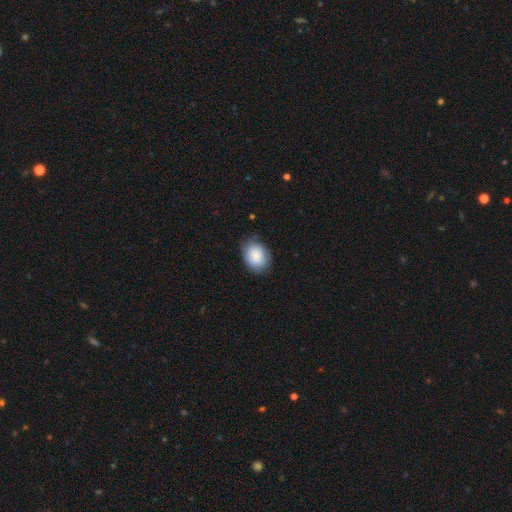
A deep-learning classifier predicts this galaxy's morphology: A smooth galaxy with no disk features (88%) that is in between round and cigar-shaped (68%). Merging: none (80%).